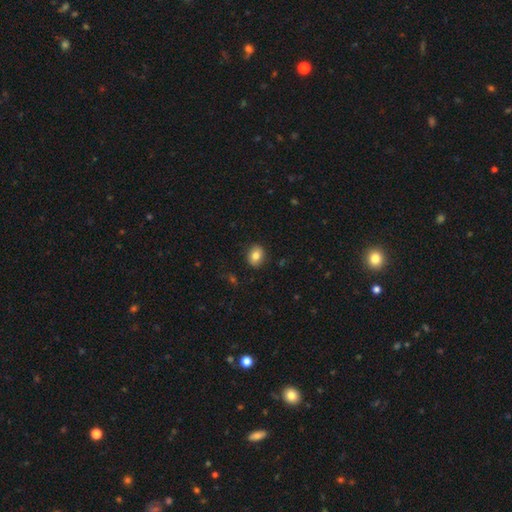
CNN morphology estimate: Smooth or featured: smooth — 81% (featured or disk — 10%)
How rounded: round — 51% (in between — 48%)
Merging: none — 88% (minor disturbance — 8%)